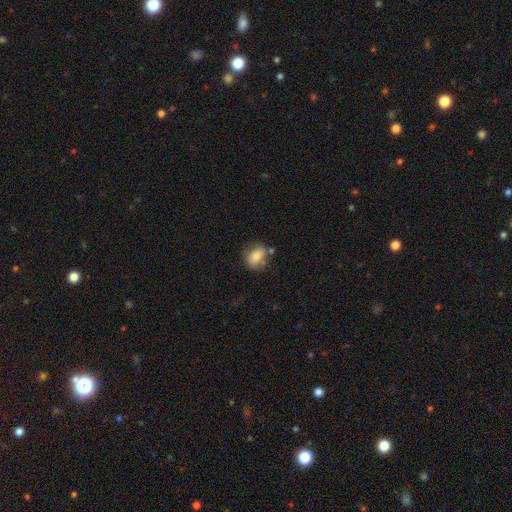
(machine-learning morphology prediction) smooth_or_featured: smooth (p=0.73) [alt: featured or disk p=0.18]
how_rounded: in between (p=0.61) [alt: round p=0.37]
merging: none (p=0.64) [alt: minor disturbance p=0.20]